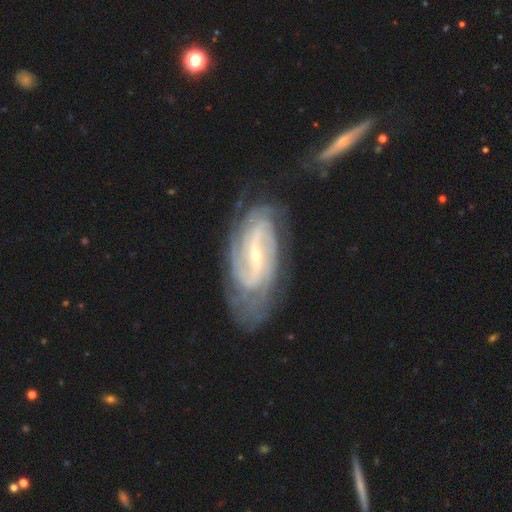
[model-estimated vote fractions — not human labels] Smooth or featured? Predicted: featured or disk (p=0.90). Edge-on disk? Predicted: no (p=0.95). Bar? Predicted: strong (p=0.51). Spiral arms? Predicted: yes (p=0.97). Spiral winding? Predicted: tight (p=0.55). Spiral arm count? Predicted: 2 (p=0.38). Bulge size? Predicted: small (p=0.78). Merging? Predicted: none (p=0.73).